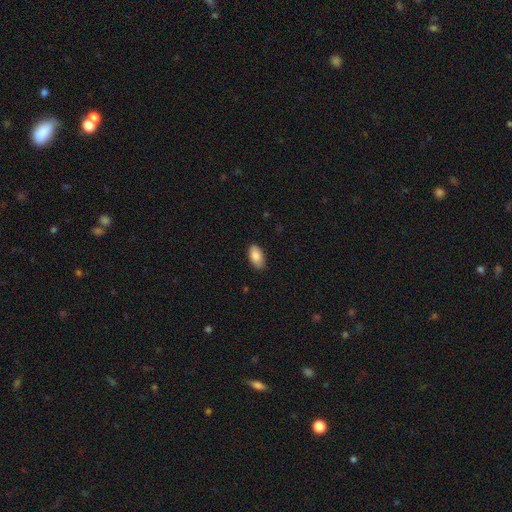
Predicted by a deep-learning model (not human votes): The model was most divided on "merging": none: 85%, minor disturbance: 12%, major disturbance: 2%, merger: 1%. More confident: how rounded — in between (94%); smooth or featured — smooth (86%).